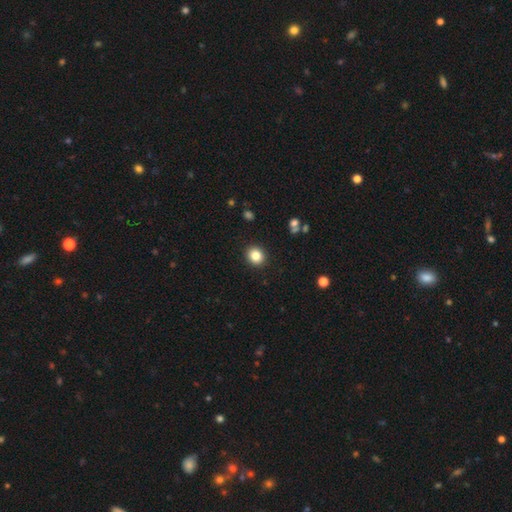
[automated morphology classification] type=smooth (84%); roundness=round (77%); merging=none (91%).